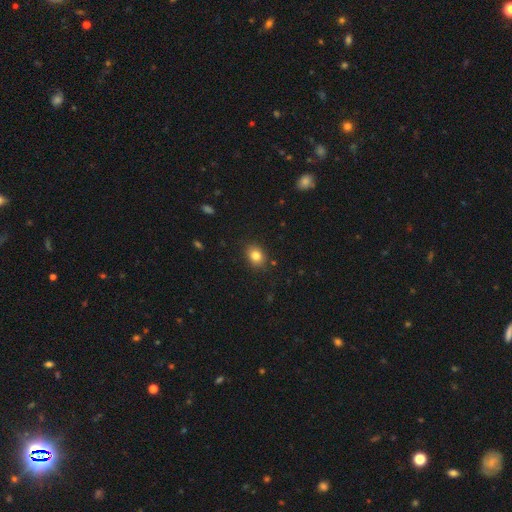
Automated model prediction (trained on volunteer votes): Smooth or featured: smooth — 83% (star or artifact — 10%)
How rounded: in between — 56% (round — 43%)
Merging: none — 87% (minor disturbance — 9%)